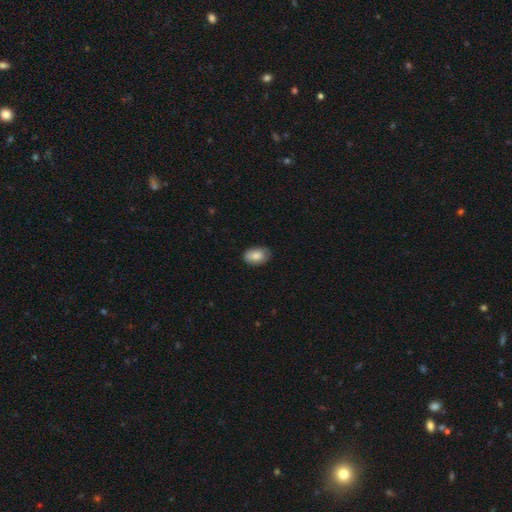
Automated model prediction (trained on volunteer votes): Smooth or featured?
  - smooth: 85% *
  - featured or disk: 8%
  - star or artifact: 7%
How rounded?
  - in between: 89% *
  - round: 10%
  - cigar-shaped: 1%
Merging?
  - none: 81% *
  - minor disturbance: 16%
  - major disturbance: 3%
  - merger: 1%